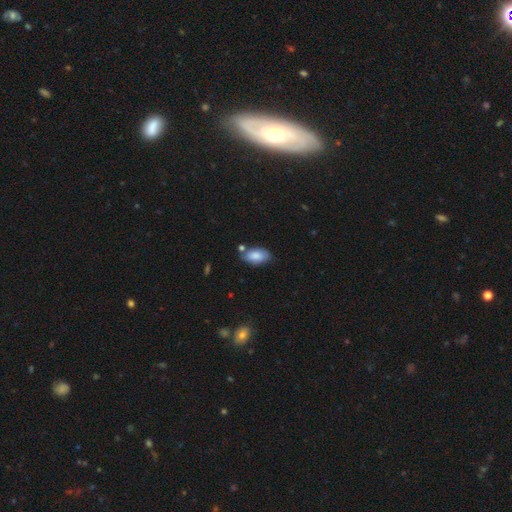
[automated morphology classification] smooth 84%, featured or disk 10%, star or artifact 7%. Down the decision tree: how rounded — in between (93%); merging — none (70%).